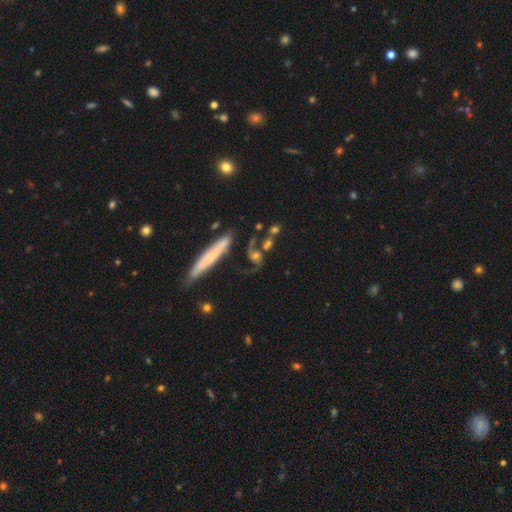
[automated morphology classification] smooth_or_featured: featured or disk (p=0.65) [alt: smooth p=0.24]
disk_edge_on: no (p=0.84) [alt: yes p=0.16]
bar: no (p=0.66) [alt: weak p=0.26]
has_spiral_arms: yes (p=0.85) [alt: no p=0.15]
bulge_size: moderate (p=0.41) [alt: small p=0.23]
merging: none (p=0.47) [alt: merger p=0.18]